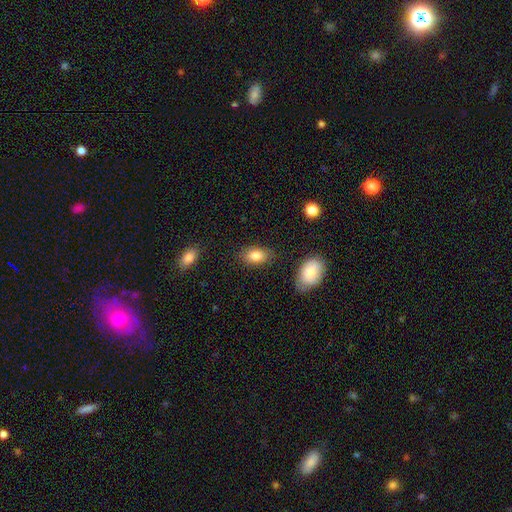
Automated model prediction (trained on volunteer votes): Smooth or featured? Predicted: smooth (p=0.86). How rounded? Predicted: in between (p=0.88). Merging? Predicted: none (p=0.81).